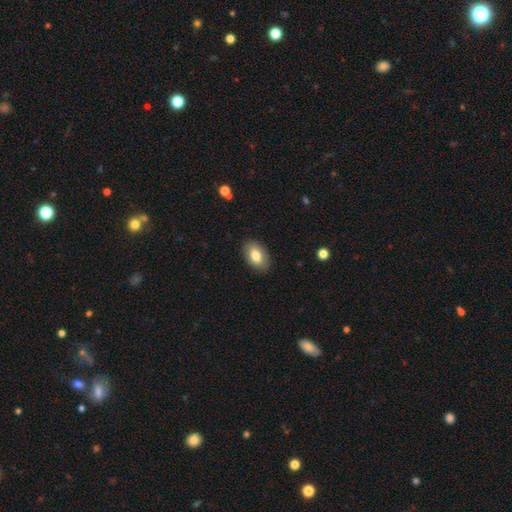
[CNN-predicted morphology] This appears to be a smooth galaxy with no disk features (78%) that is in between round and cigar-shaped (92%). Merging: none (86%).